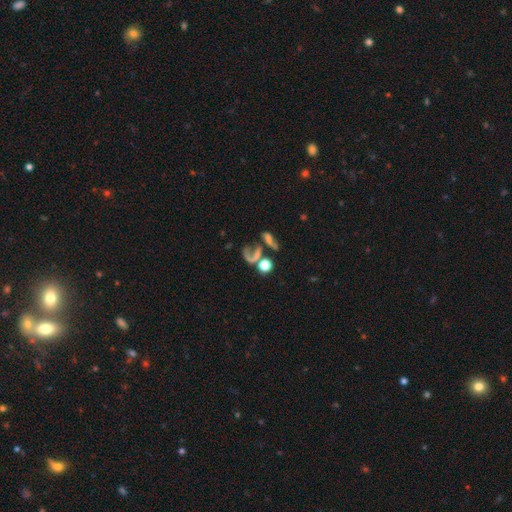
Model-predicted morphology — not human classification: Q: Smooth or featured?
A: featured or disk (39%); runner-up: smooth (33%)
Q: Merging?
A: merger (36%); runner-up: none (31%)